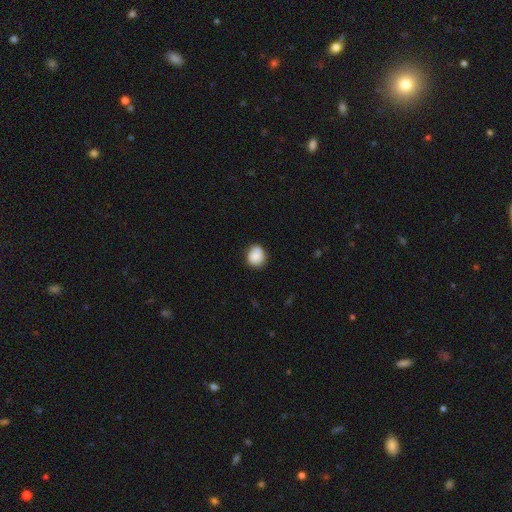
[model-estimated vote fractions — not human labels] smooth-or-featured: smooth: 84% | star or artifact: 8% | featured or disk: 8%
  how-rounded: round: 73% | in between: 26% | cigar-shaped: 1%
  merging: none: 79% | minor disturbance: 17% | major disturbance: 3% | merger: 1%